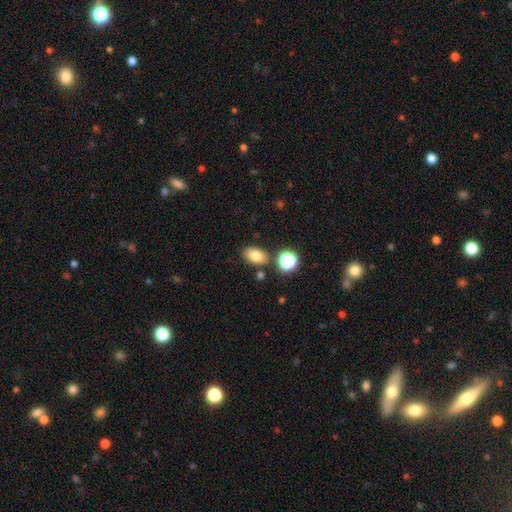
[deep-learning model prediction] A smooth galaxy with no disk features (80%) that is in between round and cigar-shaped (85%). Merging: none (80%).